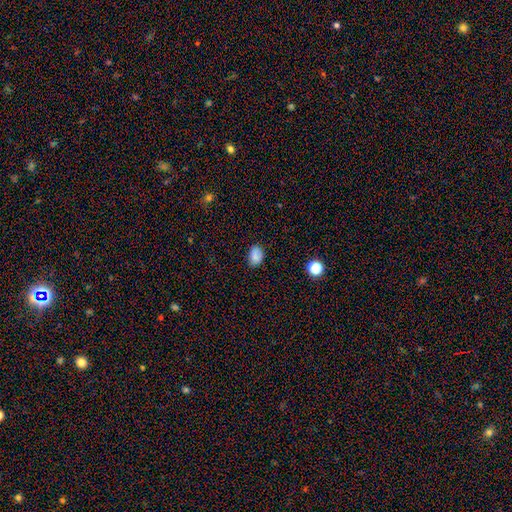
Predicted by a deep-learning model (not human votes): smooth 83%, star or artifact 11%, featured or disk 6%. Down the decision tree: how rounded — in between (76%); merging — none (80%).